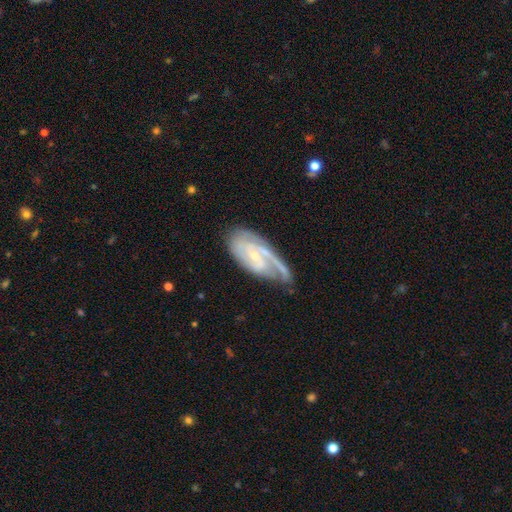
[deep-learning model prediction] A featured or disk galaxy (85%) with no bar (45%), 2 (47%) tight (45%) spiral arms (95%) and a small central bulge (74%). Merging: none (56%).